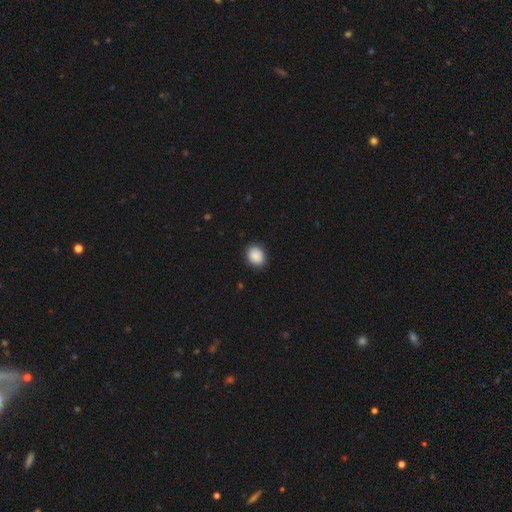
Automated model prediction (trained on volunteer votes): Smooth or featured?
  - smooth: 90% *
  - star or artifact: 7%
  - featured or disk: 3%
How rounded?
  - in between: 51% *
  - round: 48%
  - cigar-shaped: 1%
Merging?
  - none: 88% *
  - minor disturbance: 9%
  - major disturbance: 2%
  - merger: 1%